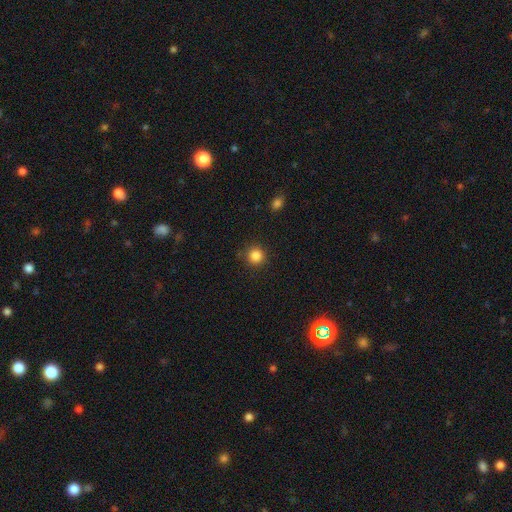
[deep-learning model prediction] Morphology: type=smooth (85%); roundness=round (95%); merging=none (89%).